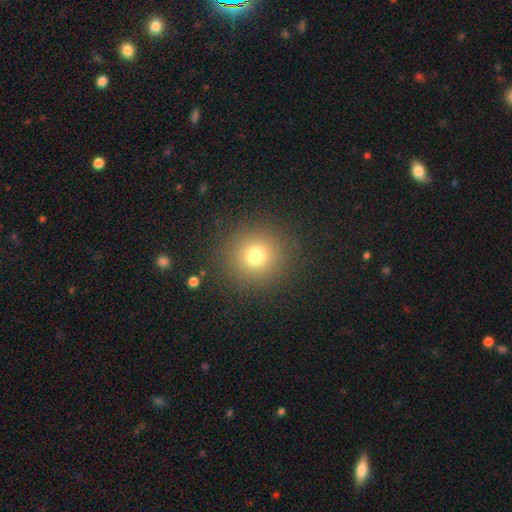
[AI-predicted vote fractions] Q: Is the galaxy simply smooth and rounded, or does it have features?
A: smooth — 75%.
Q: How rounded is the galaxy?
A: round — 94%.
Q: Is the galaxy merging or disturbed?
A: none — 89%.